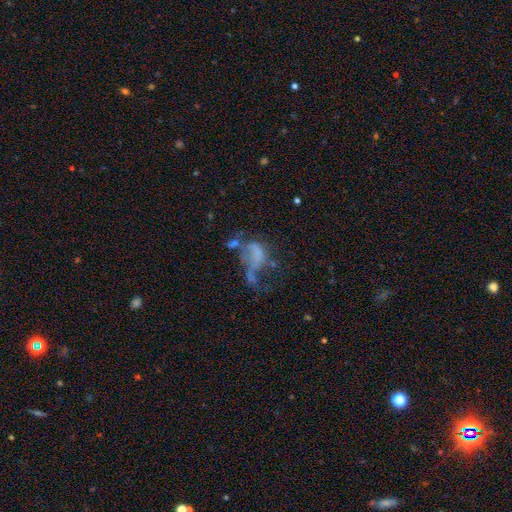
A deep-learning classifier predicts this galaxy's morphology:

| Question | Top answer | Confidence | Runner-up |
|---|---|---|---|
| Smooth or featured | featured or disk | 50% | smooth (31%) |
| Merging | major disturbance | 47% | merger (23%) |